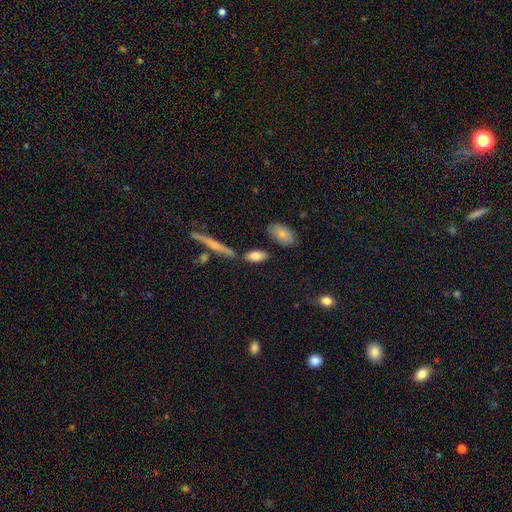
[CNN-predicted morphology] This is likely a smooth galaxy (80%). How rounded: clearly in between (82%). Merging: likely none (75%).